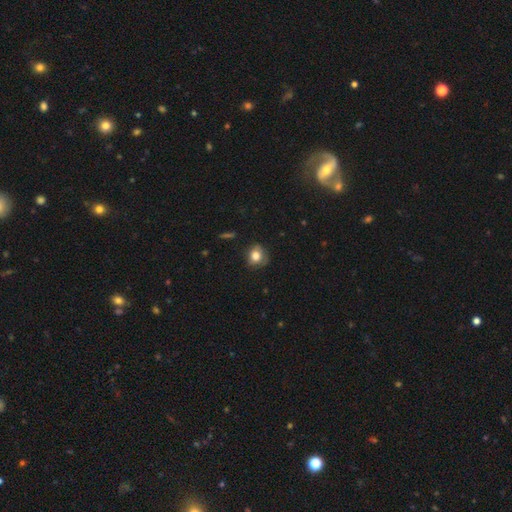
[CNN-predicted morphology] Q: Smooth or featured?
A: smooth (79%); runner-up: featured or disk (12%)
Q: How rounded?
A: round (72%); runner-up: in between (27%)
Q: Merging?
A: none (70%); runner-up: minor disturbance (23%)